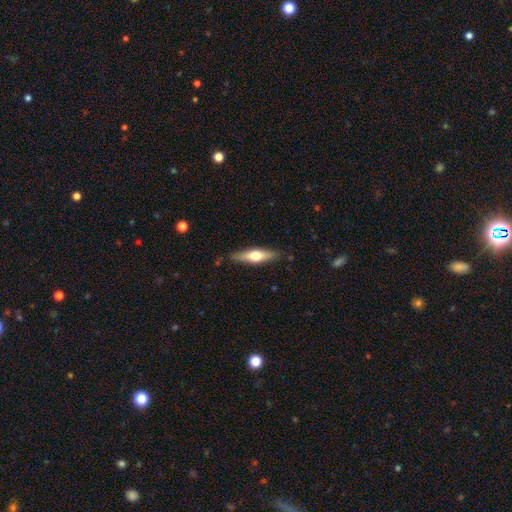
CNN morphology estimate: Smooth or featured?
  - smooth: 48% *
  - featured or disk: 46%
  - star or artifact: 5%
Merging?
  - none: 84% *
  - minor disturbance: 12%
  - major disturbance: 2%
  - merger: 1%